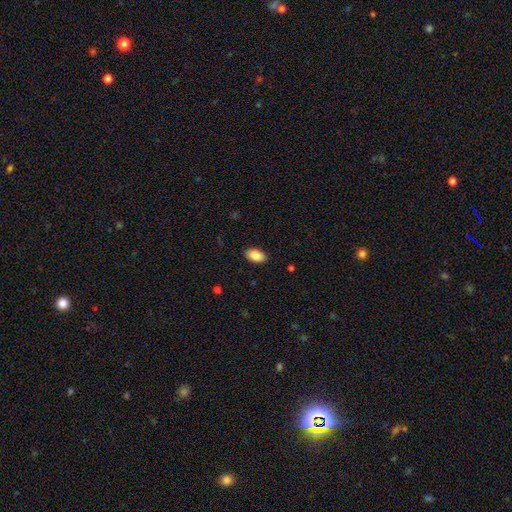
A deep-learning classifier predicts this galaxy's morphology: This appears to be a smooth galaxy with no disk features (88%) that is in between round and cigar-shaped (95%). Merging: none (89%).